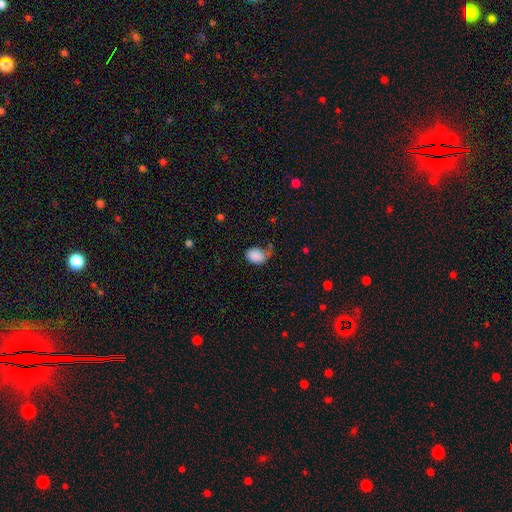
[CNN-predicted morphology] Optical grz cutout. It shows a smooth galaxy with no disk features (87%) that is in between round and cigar-shaped (72%). Merging: none (45%).